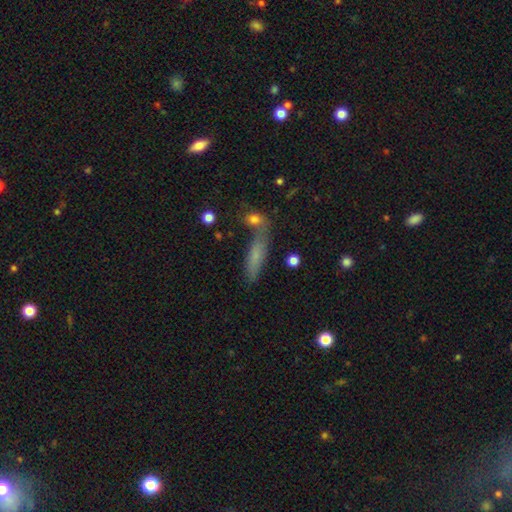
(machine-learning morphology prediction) This is likely a smooth galaxy (69%). How rounded: likely cigar-shaped (71%). Merging: likely none (64%).